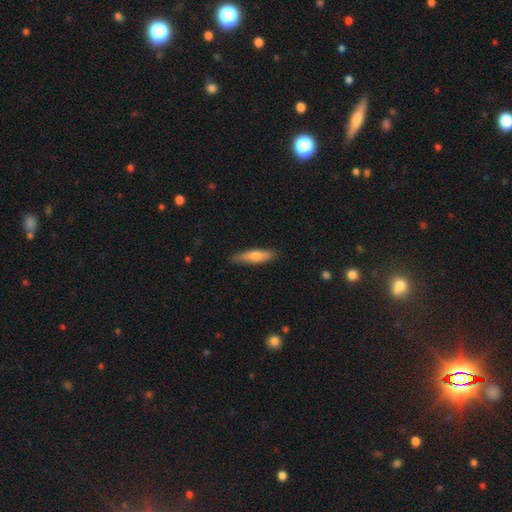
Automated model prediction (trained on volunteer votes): The model was most divided on "smooth or featured": smooth: 59%, featured or disk: 34%, star or artifact: 6%. More confident: merging — none (85%); how rounded — cigar-shaped (75%).